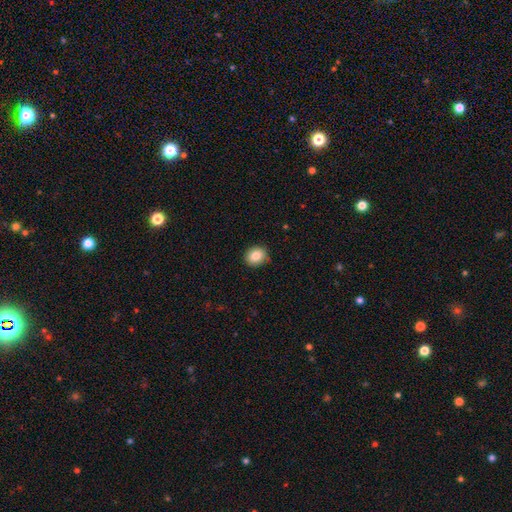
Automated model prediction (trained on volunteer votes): The model was most divided on "how rounded": round: 69%, in between: 30%, cigar-shaped: 1%. More confident: merging — none (87%); smooth or featured — smooth (84%).